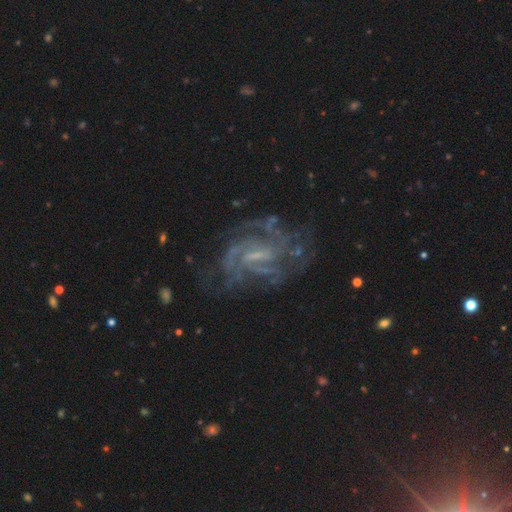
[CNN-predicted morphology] The model was most divided on "spiral winding": medium: 44%, tight: 42%, loose: 15%. Remaining: edge-on disk — no (97%); spiral arms — yes (91%); smooth or featured — featured or disk (82%); merging — none (63%); bar — weak (54%); bulge size — small (50%); spiral arm count — can't tell (36%).